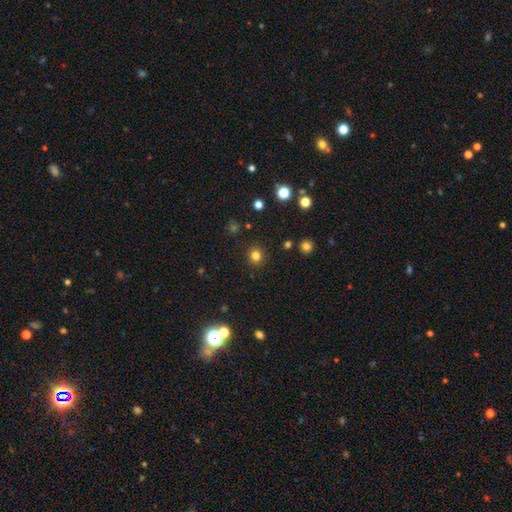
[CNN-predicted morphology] Overall: smooth (81%). How rounded: round (90%). Merging: none (90%).